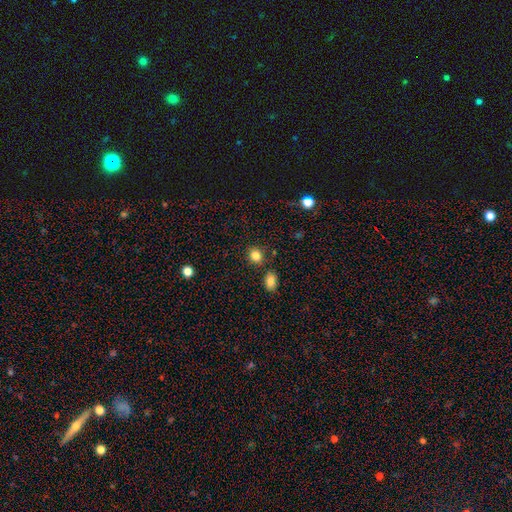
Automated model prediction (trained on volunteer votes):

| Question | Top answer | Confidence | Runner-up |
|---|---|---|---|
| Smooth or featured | smooth | 85% | star or artifact (11%) |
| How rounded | round | 67% | in between (32%) |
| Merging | none | 81% | minor disturbance (9%) |